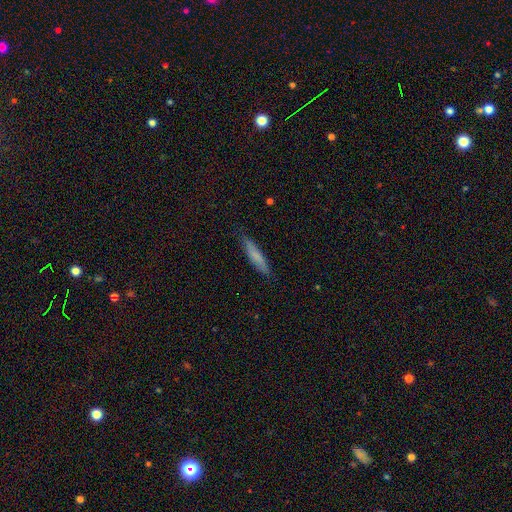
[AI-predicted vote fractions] Q: Smooth or featured?
A: smooth (74%); runner-up: featured or disk (19%)
Q: How rounded?
A: cigar-shaped (89%); runner-up: in between (10%)
Q: Merging?
A: none (84%); runner-up: minor disturbance (13%)